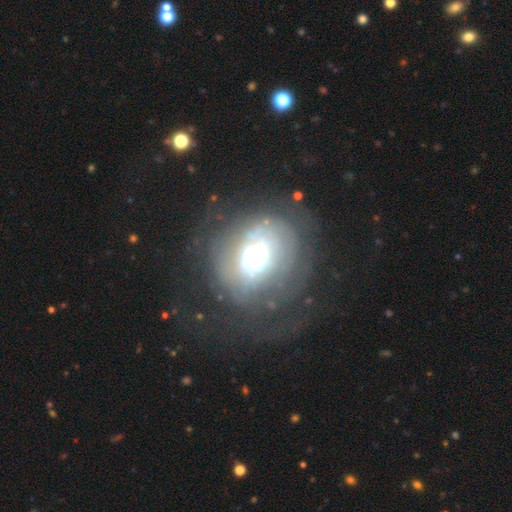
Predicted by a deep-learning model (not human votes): Q: Smooth or featured?
A: featured or disk (62%); runner-up: smooth (27%)
Q: Edge-on disk?
A: no (95%); runner-up: yes (5%)
Q: Bar?
A: no (68%); runner-up: weak (22%)
Q: Spiral arms?
A: yes (52%); runner-up: no (48%)
Q: Bulge size?
A: moderate (54%); runner-up: large (28%)
Q: Merging?
A: none (51%); runner-up: major disturbance (26%)